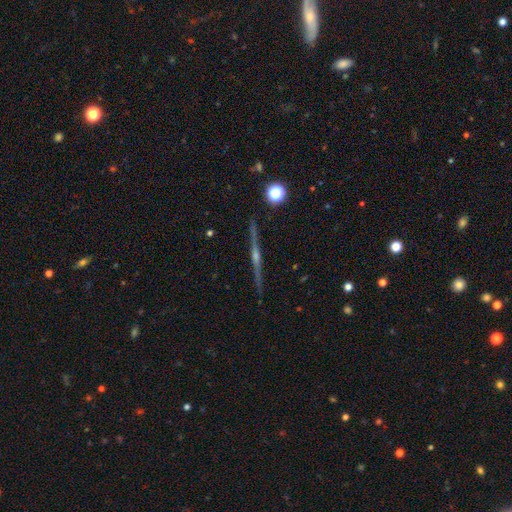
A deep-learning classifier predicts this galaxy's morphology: The model was most divided on "smooth or featured": featured or disk: 73%, star or artifact: 13%, smooth: 13%. More confident: edge-on disk — yes (94%); merging — none (86%); edge-on bulge — rounded (81%).